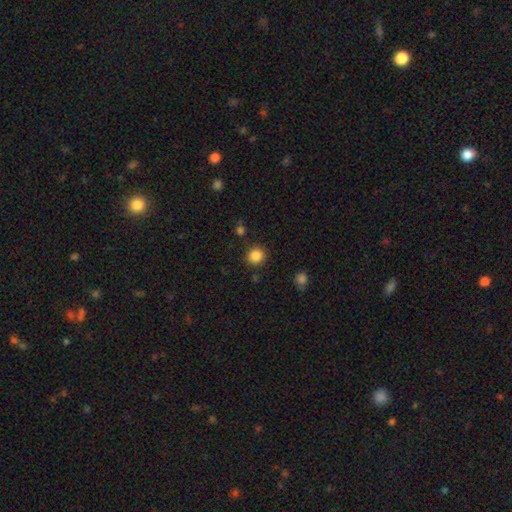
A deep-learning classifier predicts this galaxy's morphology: Smooth or featured: smooth — 85% (star or artifact — 11%)
How rounded: round — 91% (in between — 8%)
Merging: none — 88% (minor disturbance — 7%)